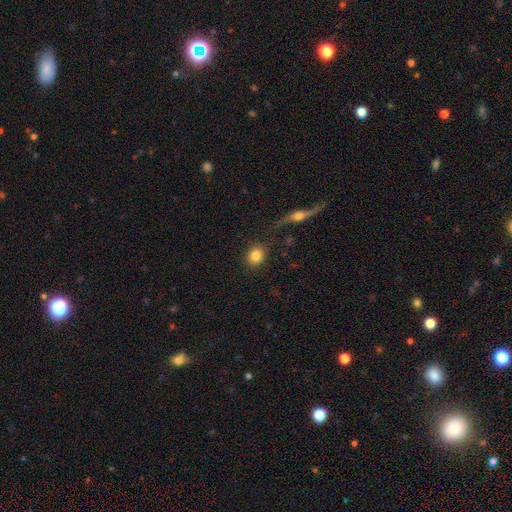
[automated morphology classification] smooth 82%, featured or disk 9%, star or artifact 9%. Down the decision tree: how rounded — round (74%); merging — none (84%).